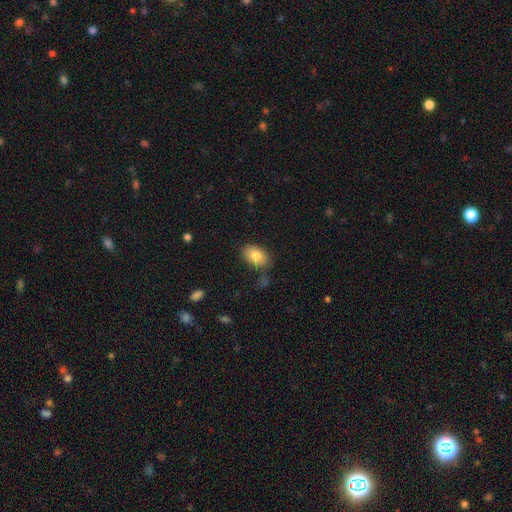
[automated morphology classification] smooth-or-featured: smooth: 81% | featured or disk: 11% | star or artifact: 7%
  how-rounded: in between: 88% | round: 10% | cigar-shaped: 1%
  merging: none: 77% | minor disturbance: 14% | merger: 4% | major disturbance: 4%